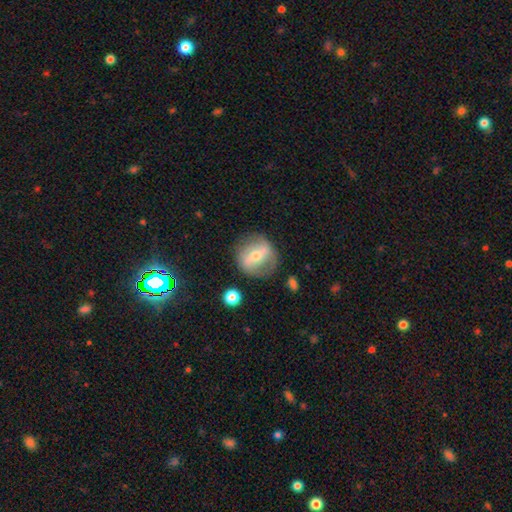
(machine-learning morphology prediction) Q: Smooth or featured?
A: featured or disk (56%); runner-up: smooth (36%)
Q: Edge-on disk?
A: no (88%); runner-up: yes (12%)
Q: Merging?
A: none (77%); runner-up: minor disturbance (15%)